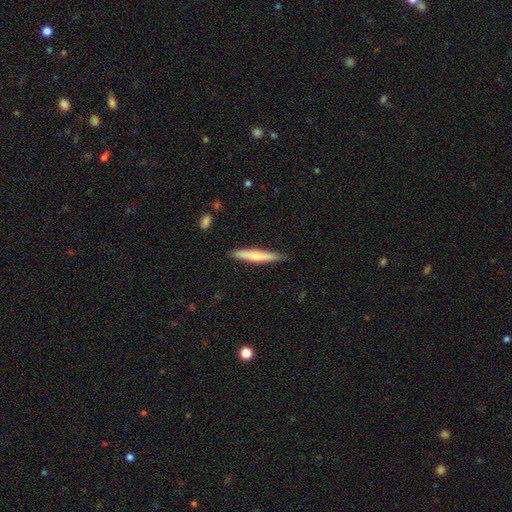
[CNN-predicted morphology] This appears to be a smooth galaxy with no disk features (56%) that is cigar-shaped (93%). Merging: none (86%).